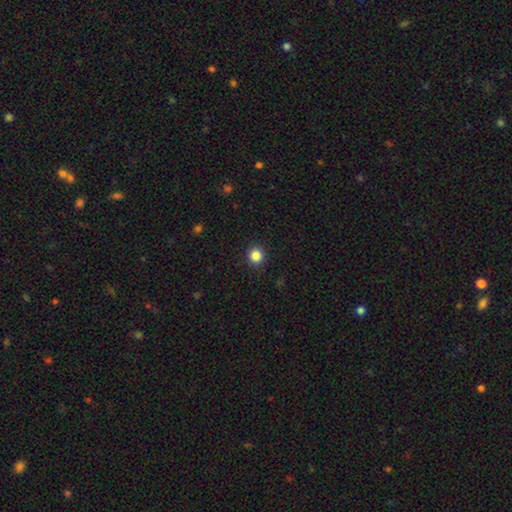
smooth-or-featured: smooth: 95% | star or artifact: 5% | featured or disk: 0%
  how-rounded: round: 89% | in between: 11% | cigar-shaped: 0%
  merging: none: 89% | minor disturbance: 8% | major disturbance: 3% | merger: 0%